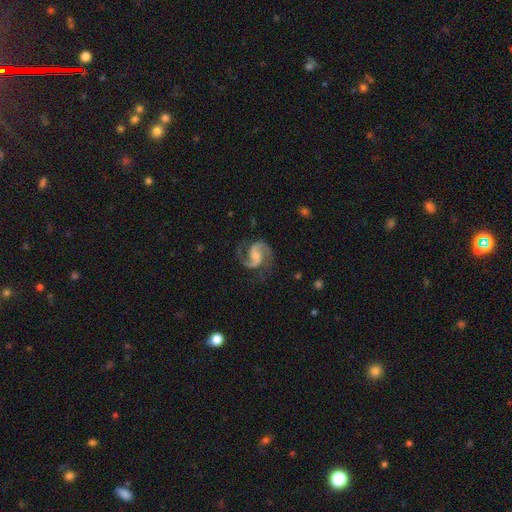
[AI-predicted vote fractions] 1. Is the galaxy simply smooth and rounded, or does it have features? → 91% featured or disk, 4% star or artifact, 4% smooth.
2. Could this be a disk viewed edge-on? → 98% no, 2% yes.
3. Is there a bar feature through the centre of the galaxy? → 44% no, 43% weak, 14% strong.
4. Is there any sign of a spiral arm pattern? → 98% yes, 2% no.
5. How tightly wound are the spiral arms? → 61% medium, 23% loose, 16% tight.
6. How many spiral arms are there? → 93% 2, 2% can't tell, 2% 3, 1% 1, 1% 4, 1% more than 4.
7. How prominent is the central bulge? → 45% small, 40% moderate, 10% none, 4% large, 1% dominant.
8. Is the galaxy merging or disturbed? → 76% none, 15% minor disturbance, 7% major disturbance, 1% merger.